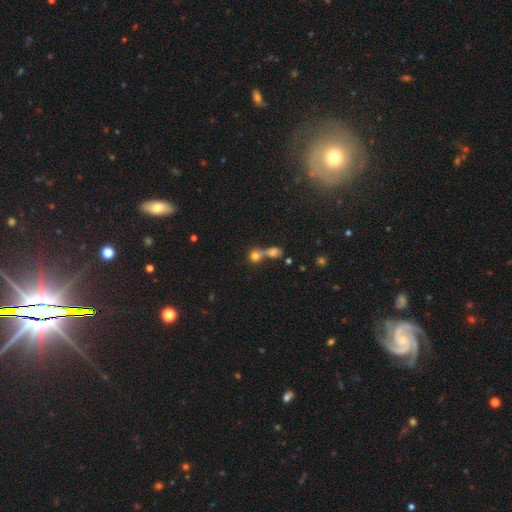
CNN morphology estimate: The model was most divided on "merging": merger: 52%, none: 37%, minor disturbance: 7%, major disturbance: 4%. More confident: how rounded — round (83%); smooth or featured — smooth (76%).